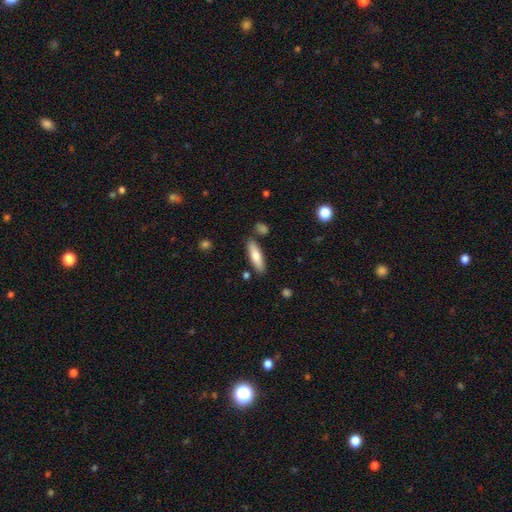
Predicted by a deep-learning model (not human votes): Smooth or featured? smooth (71%)
How rounded? cigar-shaped (61%)
Merging? none (83%)